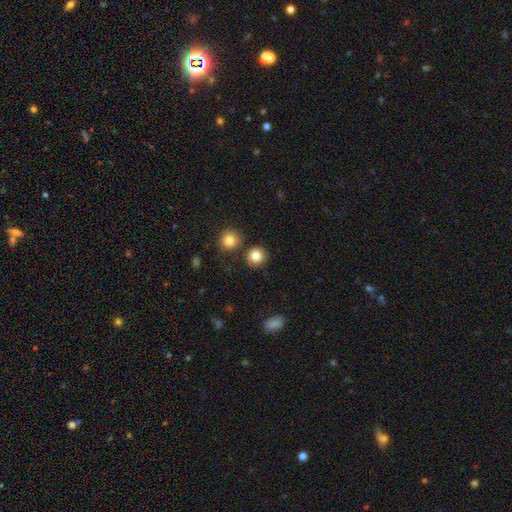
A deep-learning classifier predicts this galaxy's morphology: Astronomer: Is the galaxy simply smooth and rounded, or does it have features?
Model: smooth — 84%.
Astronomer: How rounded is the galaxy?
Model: round — 91%.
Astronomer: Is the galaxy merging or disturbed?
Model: none — 84%.